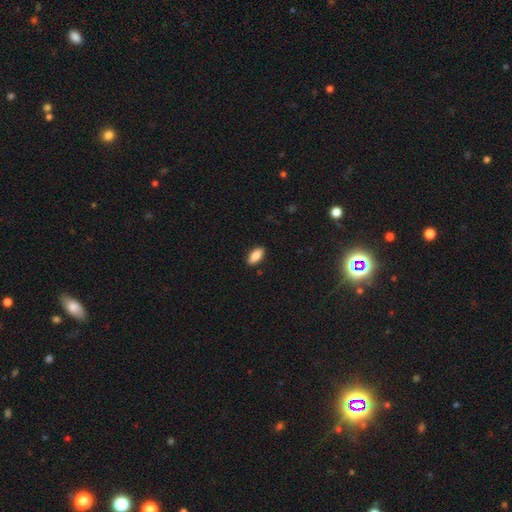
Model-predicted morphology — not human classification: Smooth or featured: smooth — 87% (star or artifact — 7%)
How rounded: in between — 88% (cigar-shaped — 10%)
Merging: none — 89% (minor disturbance — 8%)